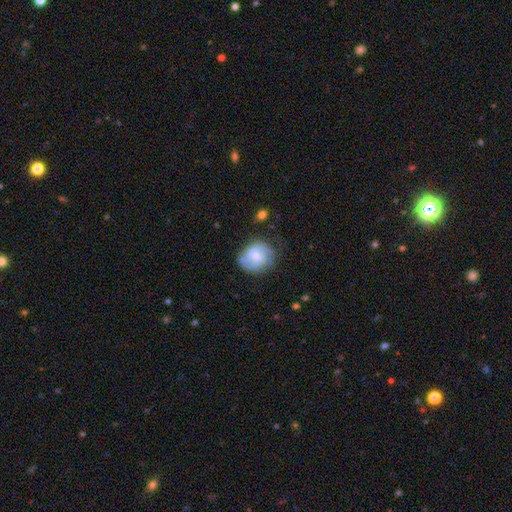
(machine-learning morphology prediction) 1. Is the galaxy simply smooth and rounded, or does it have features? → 48% featured or disk, 45% smooth, 7% star or artifact.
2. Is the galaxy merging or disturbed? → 60% none, 26% minor disturbance, 10% major disturbance, 3% merger.